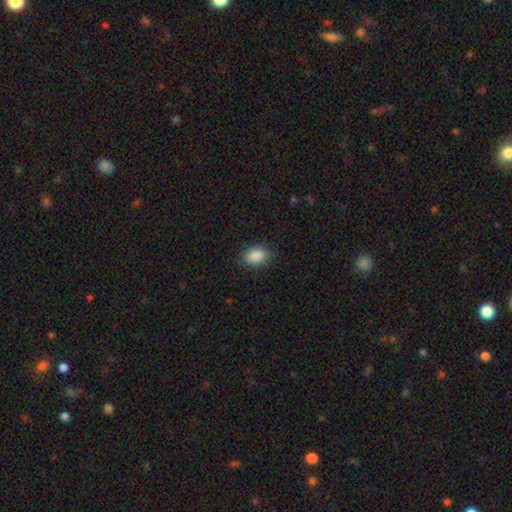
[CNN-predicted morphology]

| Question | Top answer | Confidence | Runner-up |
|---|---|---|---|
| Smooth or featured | smooth | 90% | star or artifact (7%) |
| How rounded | in between | 88% | round (10%) |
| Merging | none | 88% | minor disturbance (8%) |